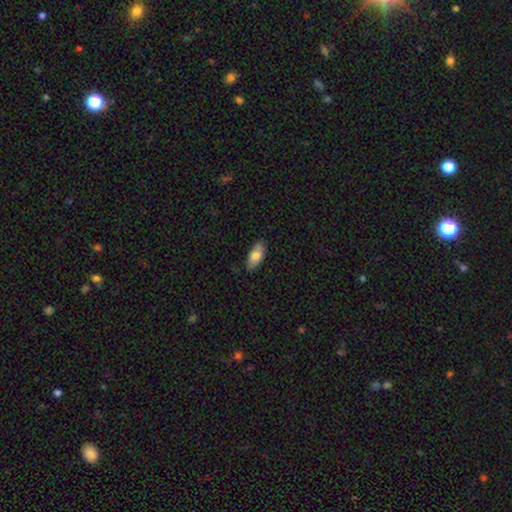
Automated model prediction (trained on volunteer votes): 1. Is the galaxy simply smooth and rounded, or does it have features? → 75% smooth, 19% featured or disk, 6% star or artifact.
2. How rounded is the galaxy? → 87% in between, 10% cigar-shaped, 2% round.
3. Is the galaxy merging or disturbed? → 85% none, 12% minor disturbance, 2% major disturbance, 1% merger.